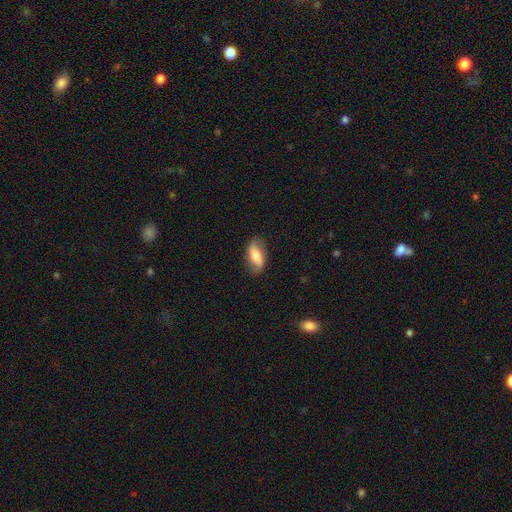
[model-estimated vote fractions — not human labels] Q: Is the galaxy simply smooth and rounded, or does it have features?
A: smooth — 52%.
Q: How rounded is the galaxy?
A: in between — 83%.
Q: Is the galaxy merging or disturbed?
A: none — 77%.